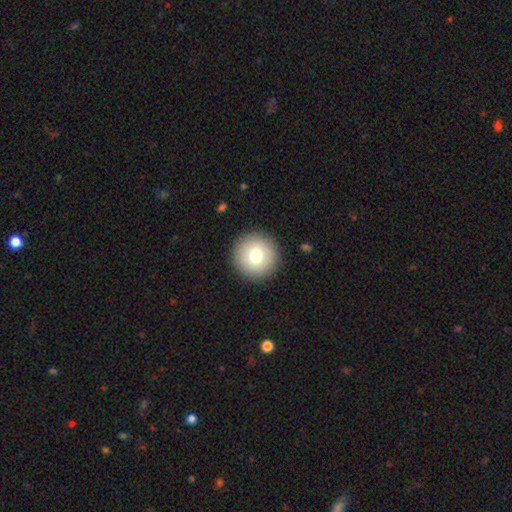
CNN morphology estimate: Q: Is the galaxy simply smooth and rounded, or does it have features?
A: smooth — 77%.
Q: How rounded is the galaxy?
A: round — 96%.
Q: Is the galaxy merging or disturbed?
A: none — 92%.